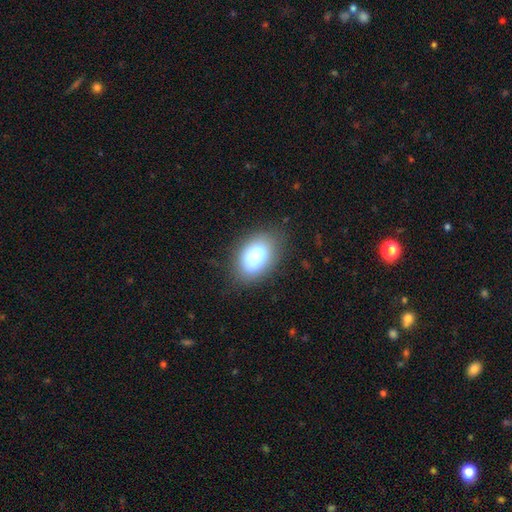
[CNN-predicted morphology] Smooth or featured?
  - smooth: 77% *
  - featured or disk: 14%
  - star or artifact: 9%
How rounded?
  - in between: 86% *
  - round: 13%
  - cigar-shaped: 1%
Merging?
  - none: 74% *
  - minor disturbance: 17%
  - major disturbance: 6%
  - merger: 3%